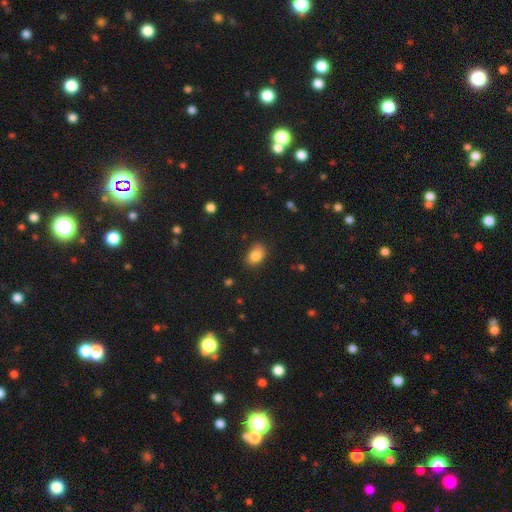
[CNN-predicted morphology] Q: Smooth or featured?
A: smooth (86%); runner-up: star or artifact (8%)
Q: How rounded?
A: in between (81%); runner-up: round (18%)
Q: Merging?
A: none (77%); runner-up: minor disturbance (18%)